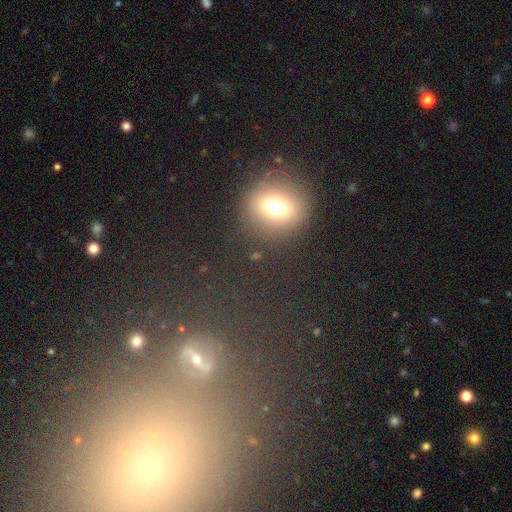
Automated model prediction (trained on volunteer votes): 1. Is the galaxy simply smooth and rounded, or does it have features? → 55% smooth, 26% star or artifact, 18% featured or disk.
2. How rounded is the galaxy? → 50% round, 46% in between, 3% cigar-shaped.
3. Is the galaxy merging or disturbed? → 84% none, 9% minor disturbance, 4% merger, 4% major disturbance.